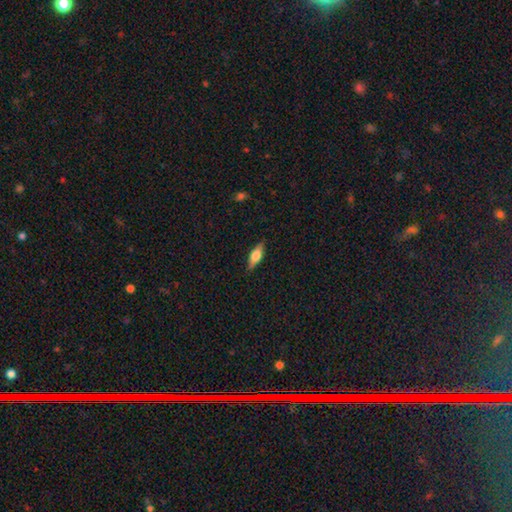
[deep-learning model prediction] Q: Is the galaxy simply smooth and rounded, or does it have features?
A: smooth — 49%.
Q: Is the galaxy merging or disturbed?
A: none — 87%.